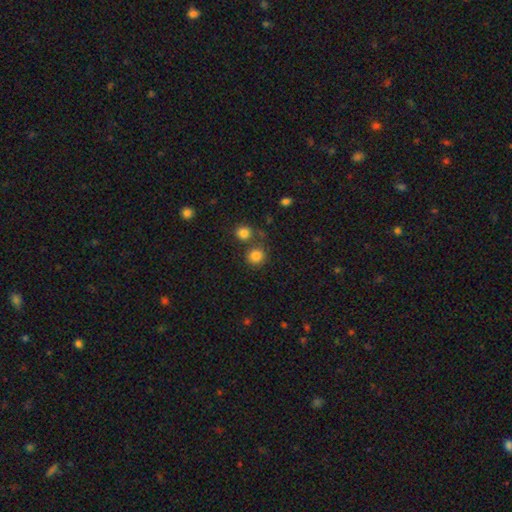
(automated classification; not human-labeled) A smooth galaxy with no disk features (83%) that is round (90%). Merging: none (71%).